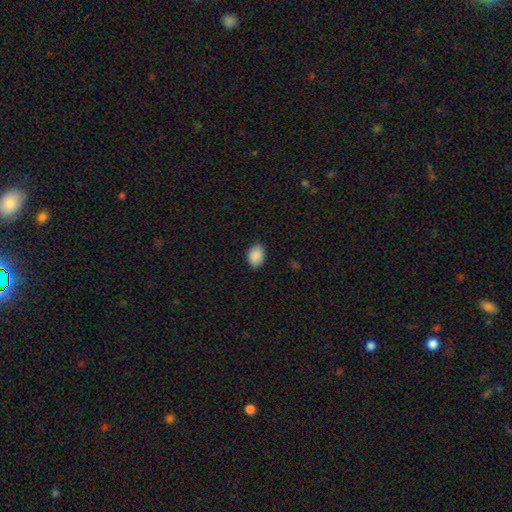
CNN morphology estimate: smooth 90%, star or artifact 7%, featured or disk 3%. Down the decision tree: how rounded — in between (71%); merging — none (87%).